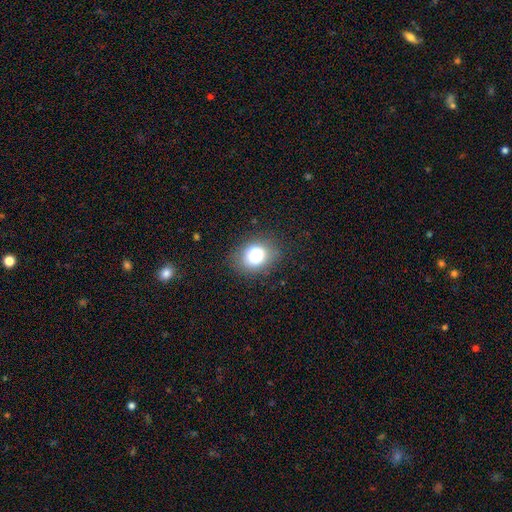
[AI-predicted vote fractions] Overall: smooth (80%). How rounded: round (50%; in between 49%). Merging: none (76%).